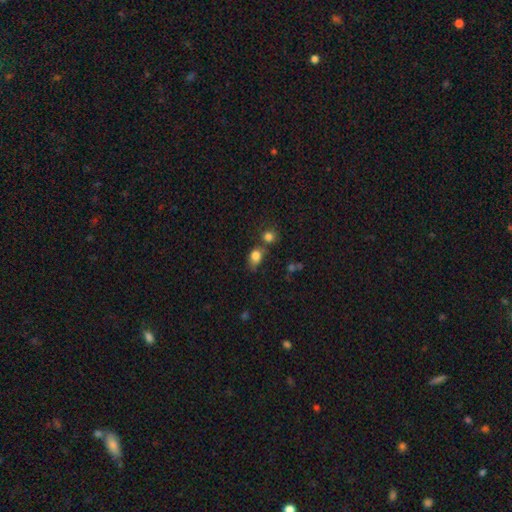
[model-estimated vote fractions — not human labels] Q: Smooth or featured?
A: smooth (82%); runner-up: star or artifact (11%)
Q: How rounded?
A: in between (68%); runner-up: round (30%)
Q: Merging?
A: none (44%); runner-up: merger (25%)